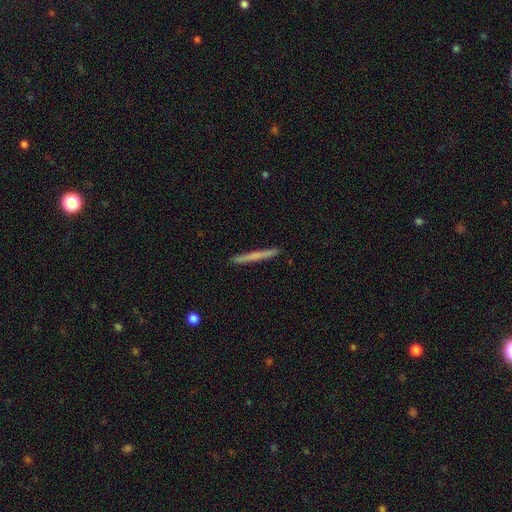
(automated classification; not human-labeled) Smooth or featured?
  - smooth: 63% *
  - featured or disk: 31%
  - star or artifact: 6%
How rounded?
  - cigar-shaped: 97% *
  - in between: 2%
  - round: 1%
Merging?
  - none: 92% *
  - minor disturbance: 6%
  - major disturbance: 1%
  - merger: 1%